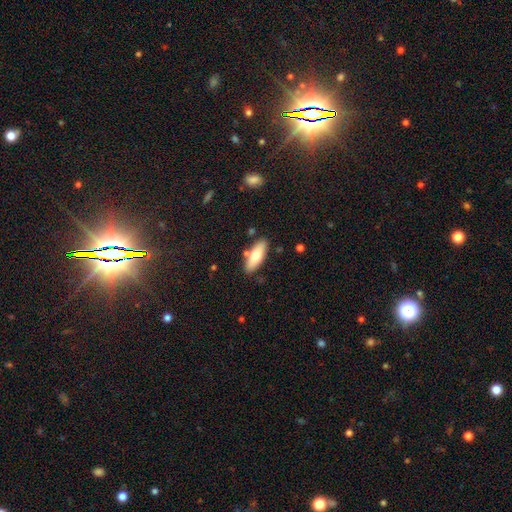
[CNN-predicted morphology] Q: Smooth or featured?
A: smooth (69%); runner-up: featured or disk (25%)
Q: How rounded?
A: in between (70%); runner-up: cigar-shaped (28%)
Q: Merging?
A: none (82%); runner-up: minor disturbance (11%)